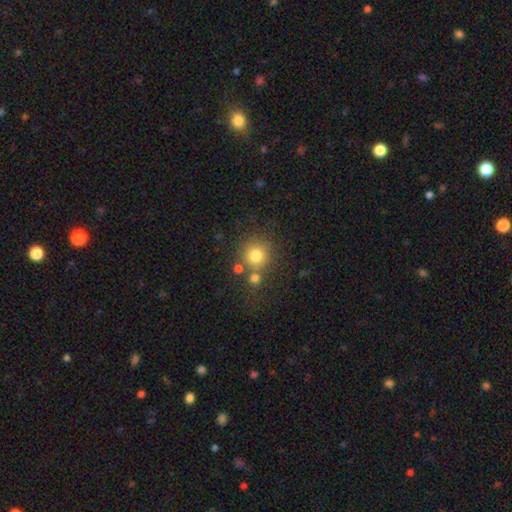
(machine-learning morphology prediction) A smooth galaxy with no disk features (77%) that is round (92%). Merging: none (69%).